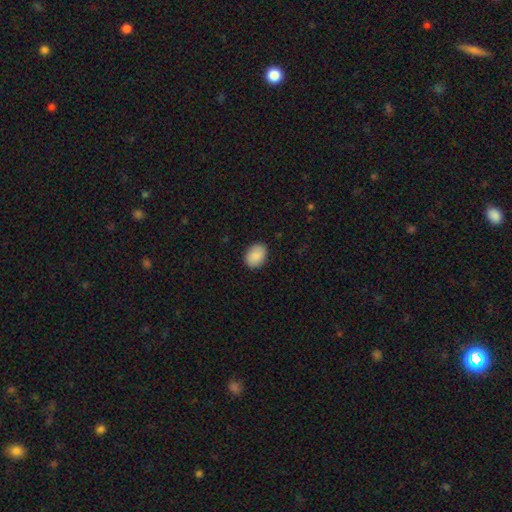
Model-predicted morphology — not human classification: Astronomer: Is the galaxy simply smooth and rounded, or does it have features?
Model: smooth — 90%.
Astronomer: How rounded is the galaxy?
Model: in between — 74%.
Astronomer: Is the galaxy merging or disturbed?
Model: none — 88%.